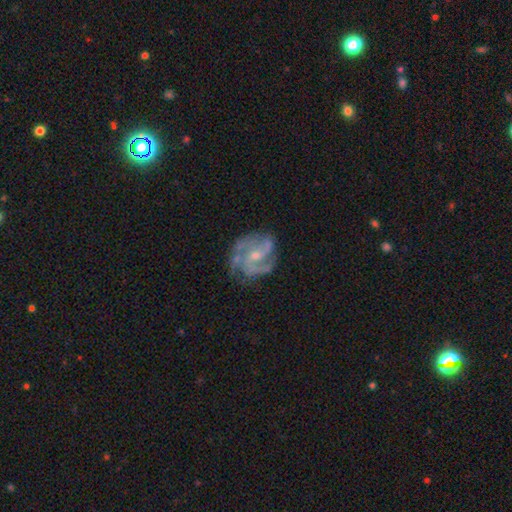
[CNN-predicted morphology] Overall: featured or disk (89%). Edge-on disk: no (98%). Bar: no (51%; weak 39%). Spiral arms: yes (97%). Spiral arm count: 3 (45%; 2 26%). Spiral winding: medium (53%; tight 33%). Bulge size: small (65%; moderate 31%). Merging: none (68%).